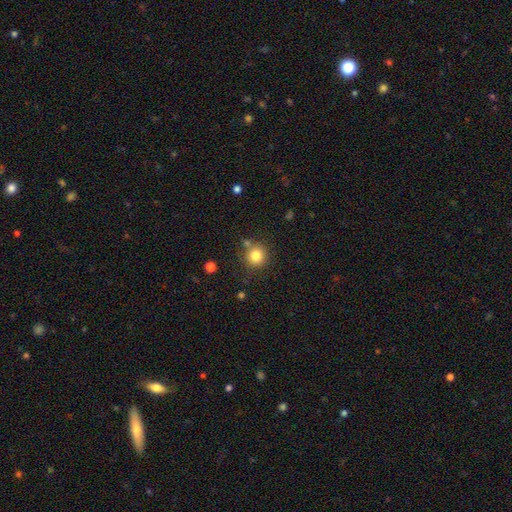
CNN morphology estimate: Q: Smooth or featured?
A: smooth (81%); runner-up: star or artifact (12%)
Q: How rounded?
A: round (93%); runner-up: in between (6%)
Q: Merging?
A: none (78%); runner-up: minor disturbance (10%)